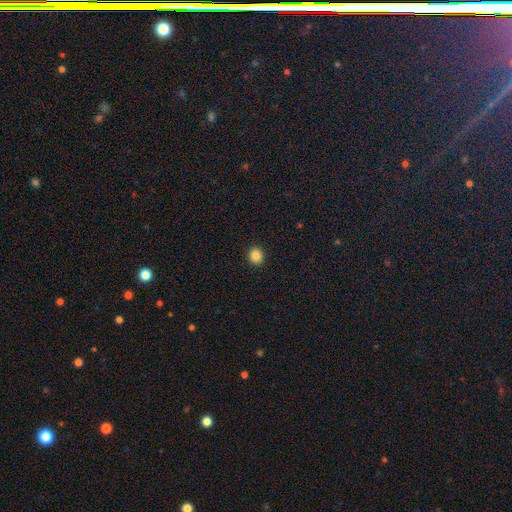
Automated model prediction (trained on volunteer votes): Smooth or featured? Predicted: smooth (p=0.85). How rounded? Predicted: round (p=0.82). Merging? Predicted: none (p=0.93).